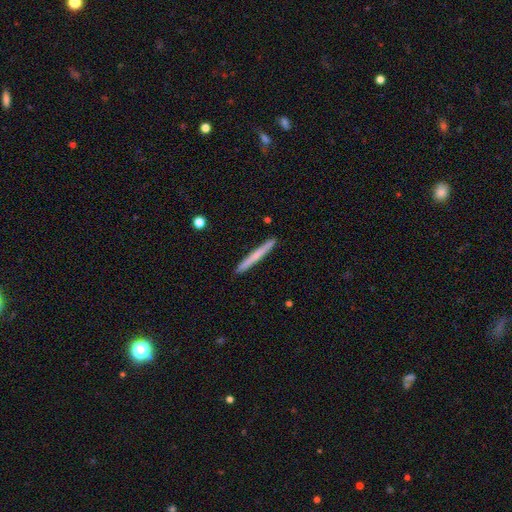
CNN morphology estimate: This appears to be a smooth galaxy with no disk features (62%) that is cigar-shaped (97%). Merging: none (92%).